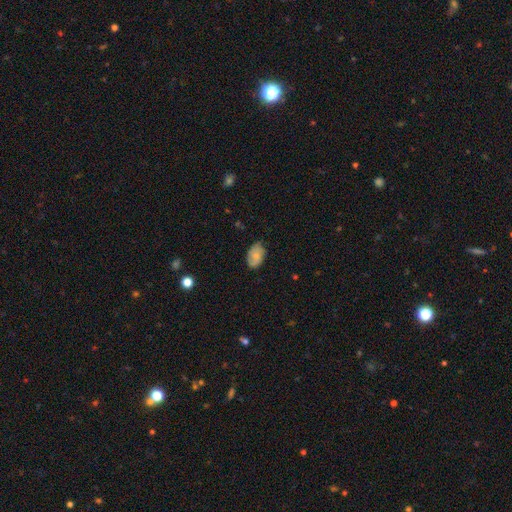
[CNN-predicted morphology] Q: Smooth or featured?
A: smooth (67%); runner-up: featured or disk (26%)
Q: How rounded?
A: in between (89%); runner-up: round (9%)
Q: Merging?
A: none (72%); runner-up: minor disturbance (23%)